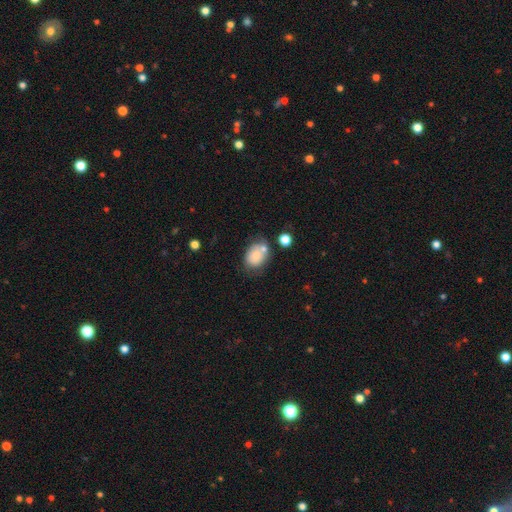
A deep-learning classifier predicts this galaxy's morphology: This is likely a smooth galaxy (71%). How rounded: likely in between (67%). Merging: possibly none (50%).